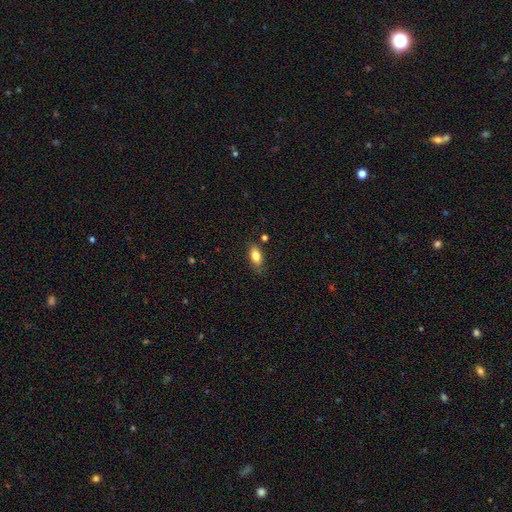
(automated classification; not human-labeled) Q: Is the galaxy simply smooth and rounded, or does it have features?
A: smooth — 82%.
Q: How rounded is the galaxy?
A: in between — 87%.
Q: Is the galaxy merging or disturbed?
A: none — 74%.